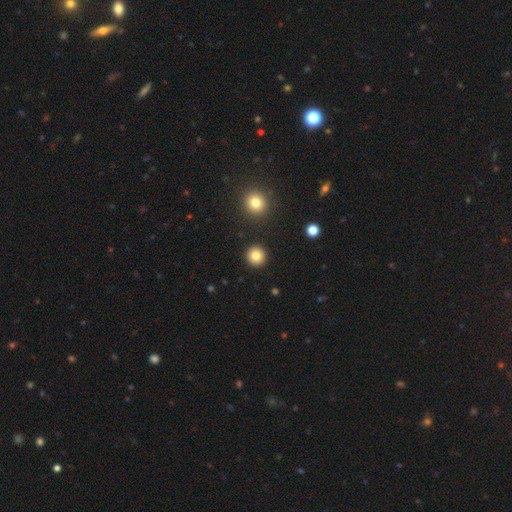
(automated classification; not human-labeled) A smooth galaxy with no disk features (82%) that is round (95%).

Vote fractions:
- Smooth or featured? smooth: 82% / star or artifact: 11% / featured or disk: 7%
- How rounded? round: 95% / in between: 4% / cigar-shaped: 1%
- Merging? none: 92% / minor disturbance: 4% / major disturbance: 2% / merger: 2%